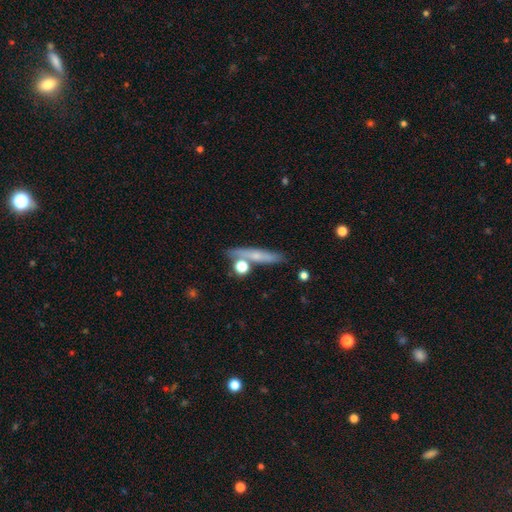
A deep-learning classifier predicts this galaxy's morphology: type=smooth (53%); roundness=cigar-shaped (81%); merging=none (75%).